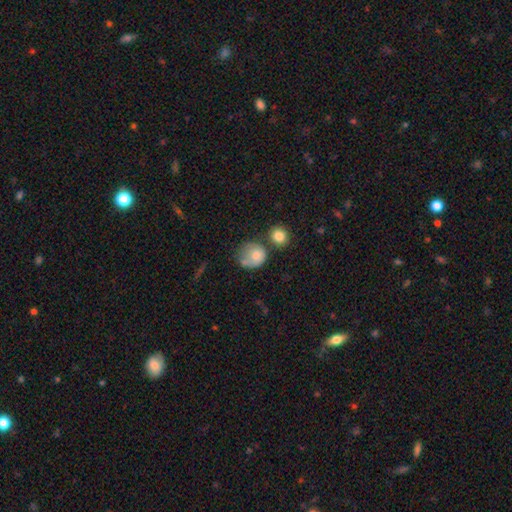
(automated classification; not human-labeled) Overall: smooth (72%). How rounded: round (80%). Merging: none (40%; minor disturbance 25%).